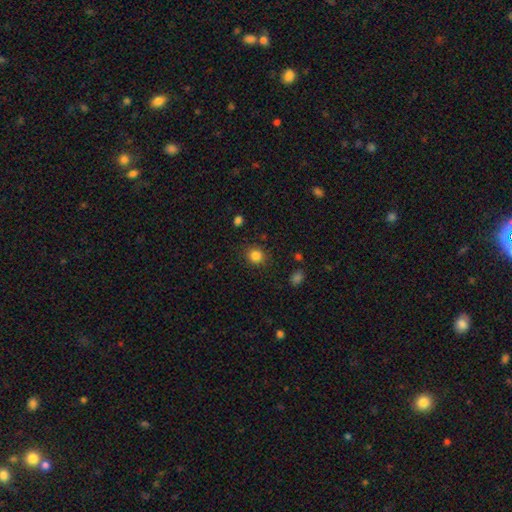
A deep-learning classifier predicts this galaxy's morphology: type=smooth (84%); roundness=round (87%); merging=none (87%).